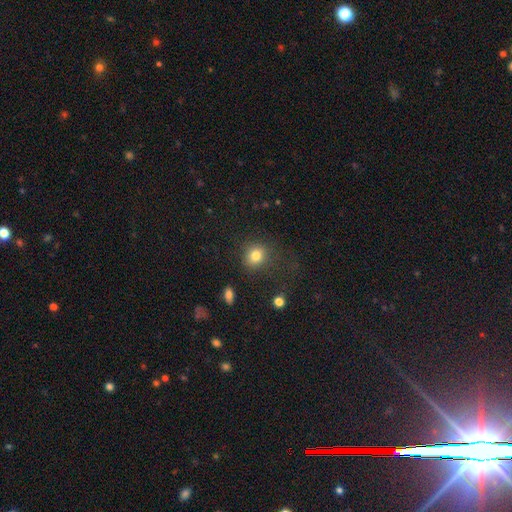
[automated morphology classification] This is clearly a smooth galaxy (82%). How rounded: likely round (78%). Merging: likely none (79%).